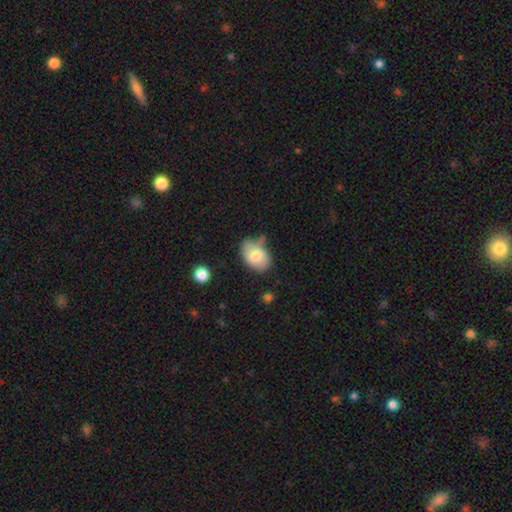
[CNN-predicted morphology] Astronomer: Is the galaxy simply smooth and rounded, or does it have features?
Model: smooth — 75%.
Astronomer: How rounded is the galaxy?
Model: in between — 80%.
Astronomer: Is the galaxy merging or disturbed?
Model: none — 49% (runner-up: minor disturbance, 33%).